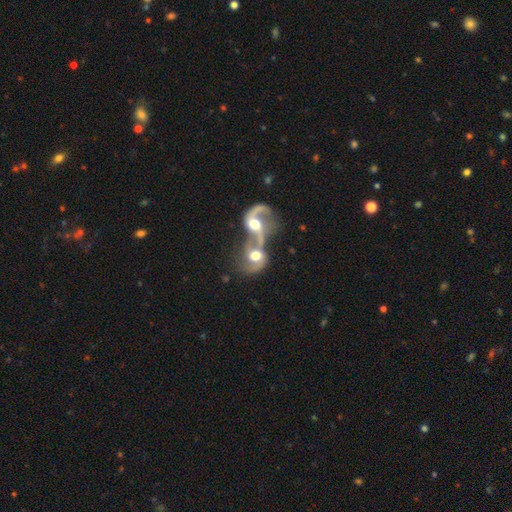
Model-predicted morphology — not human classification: type=featured or disk (65%); edge-on=no (97%); bar=no (61%); spiral arms=yes (77%); bulge=moderate (59%); merging=merger (83%).